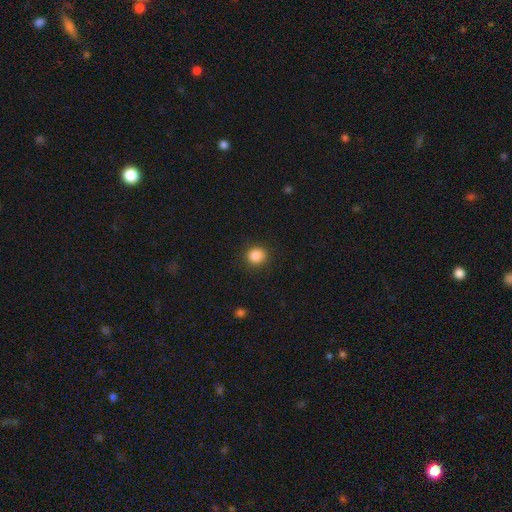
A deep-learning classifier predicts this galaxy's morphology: Smooth or featured: smooth — 86% (star or artifact — 10%)
How rounded: round — 88% (in between — 11%)
Merging: none — 90% (minor disturbance — 7%)